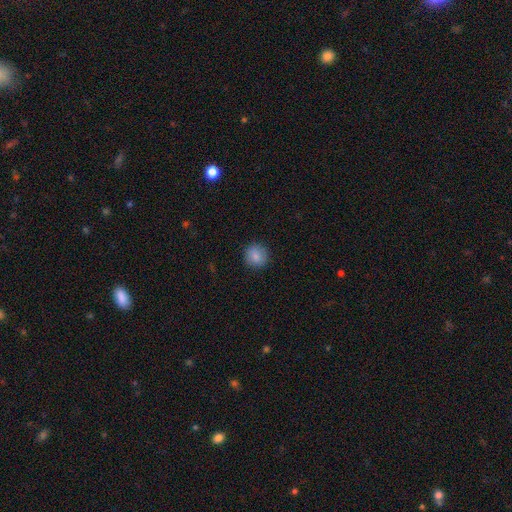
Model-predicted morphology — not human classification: Smooth or featured: smooth — 85% (star or artifact — 9%)
How rounded: round — 90% (in between — 9%)
Merging: none — 89% (minor disturbance — 7%)